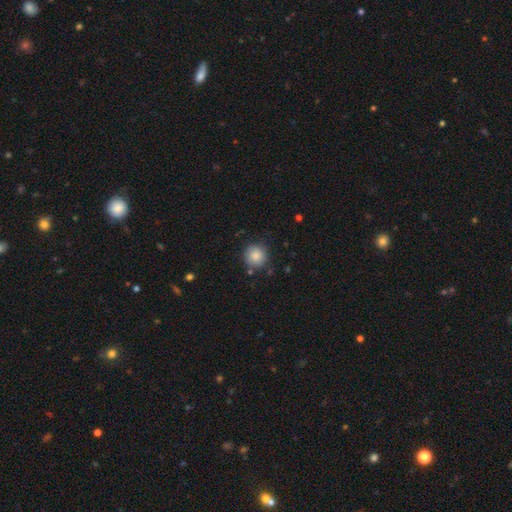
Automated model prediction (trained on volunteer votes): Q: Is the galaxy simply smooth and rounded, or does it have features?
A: smooth — 86%.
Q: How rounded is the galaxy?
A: round — 93%.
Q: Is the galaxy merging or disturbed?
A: none — 85%.